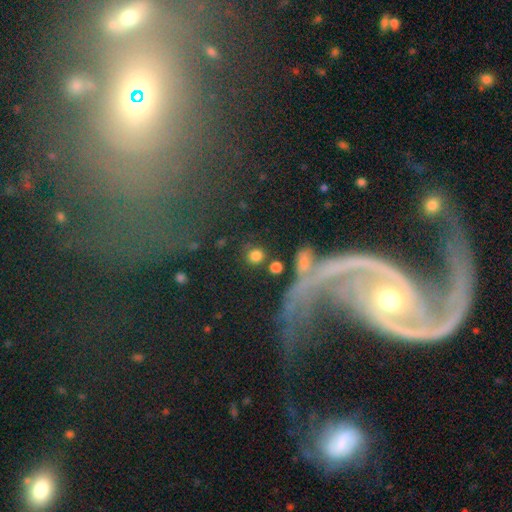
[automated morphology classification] type=smooth (81%); roundness=round (89%); merging=none (78%).